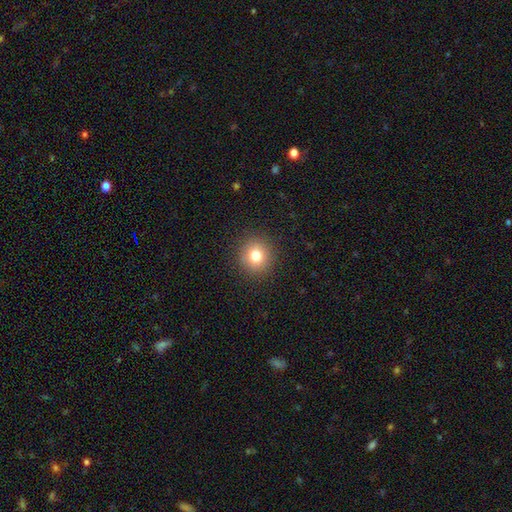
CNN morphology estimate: This appears to be a smooth galaxy with no disk features (80%) that is round (91%). Merging: none (90%).